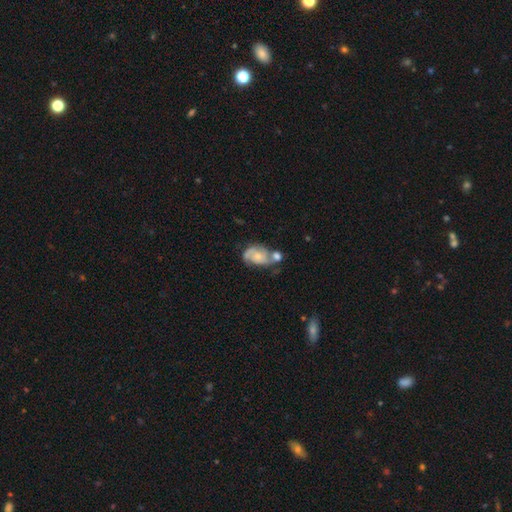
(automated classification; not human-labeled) This appears to be a featured or disk galaxy (62%) with no bar (74%), spiral arms (83%) and a small central bulge (41%). Merging: merger (41%).